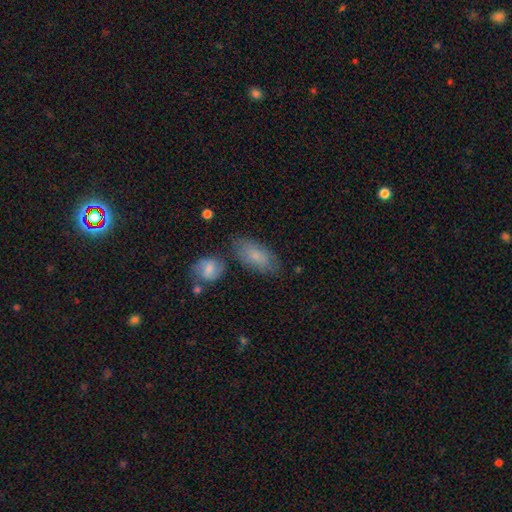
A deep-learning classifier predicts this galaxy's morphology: Smooth or featured? Predicted: smooth (p=0.75). How rounded? Predicted: in between (p=0.88). Merging? Predicted: none (p=0.69).